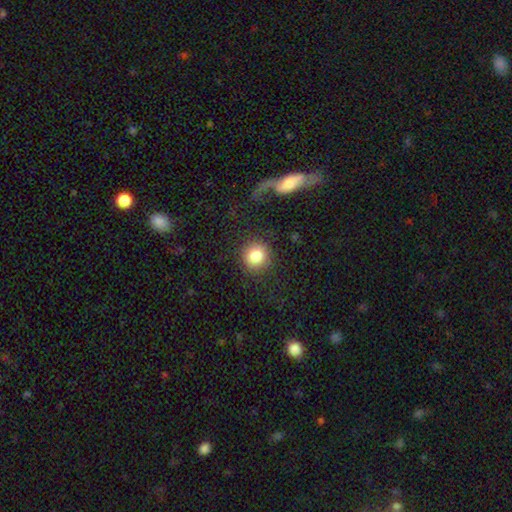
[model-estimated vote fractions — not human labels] smooth_or_featured: smooth (p=0.84) [alt: star or artifact p=0.09]
how_rounded: round (p=0.91) [alt: in between p=0.08]
merging: none (p=0.83) [alt: minor disturbance p=0.09]